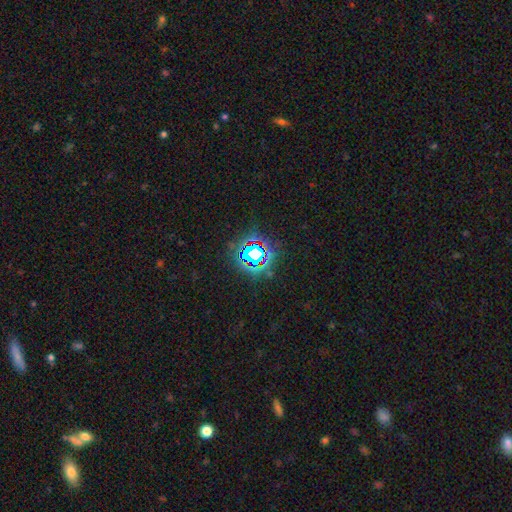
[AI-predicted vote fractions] Smooth or featured? Predicted: star or artifact (p=0.74).